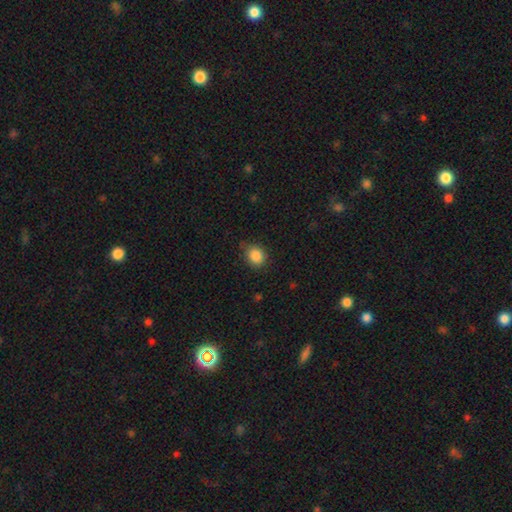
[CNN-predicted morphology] smooth 86%, star or artifact 10%, featured or disk 4%. Down the decision tree: how rounded — round (63%); merging — none (78%).